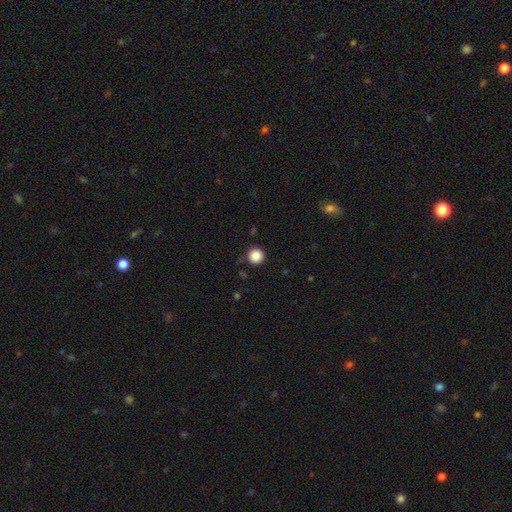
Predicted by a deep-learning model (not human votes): Smooth or featured?
  - smooth: 87% *
  - star or artifact: 10%
  - featured or disk: 3%
How rounded?
  - round: 96% *
  - in between: 3%
  - cigar-shaped: 1%
Merging?
  - none: 88% *
  - minor disturbance: 8%
  - major disturbance: 2%
  - merger: 1%